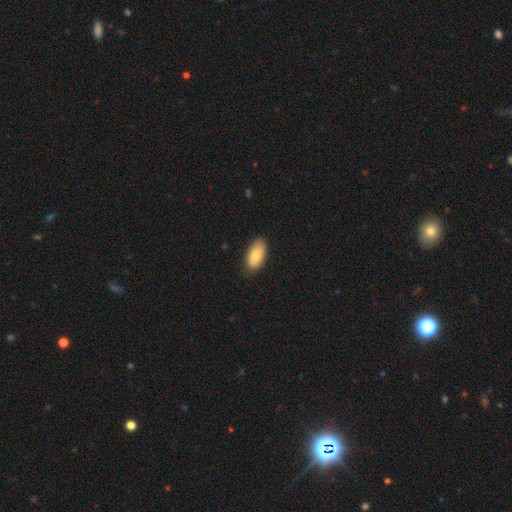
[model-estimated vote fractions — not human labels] A smooth galaxy with no disk features (80%) that is in between round and cigar-shaped (93%). Merging: none (80%).